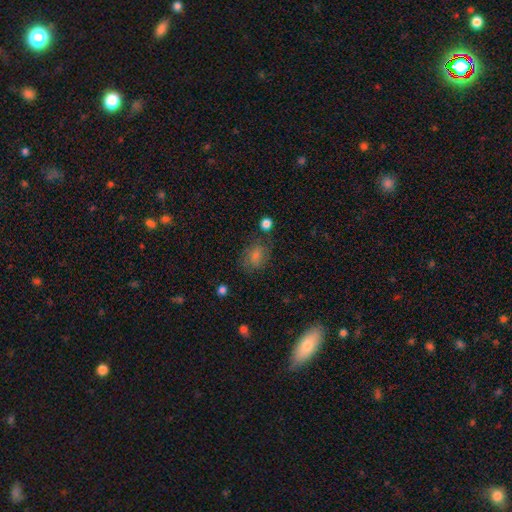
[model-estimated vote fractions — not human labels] smooth_or_featured: smooth (p=0.78) [alt: star or artifact p=0.12]
how_rounded: in between (p=0.58) [alt: round p=0.41]
merging: none (p=0.69) [alt: minor disturbance p=0.19]